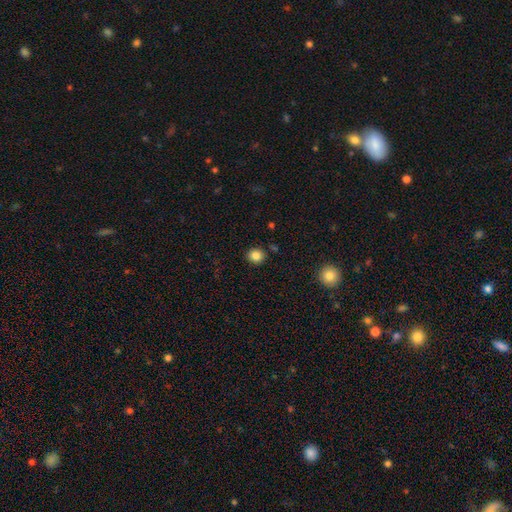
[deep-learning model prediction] smooth 84%, star or artifact 11%, featured or disk 5%. Down the decision tree: how rounded — round (87%); merging — none (89%).